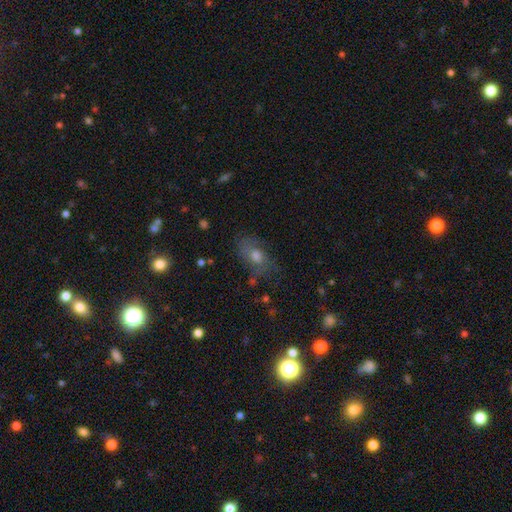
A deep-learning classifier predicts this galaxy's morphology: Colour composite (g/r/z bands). It shows a smooth galaxy with no disk features (43%). Merging: none (62%).